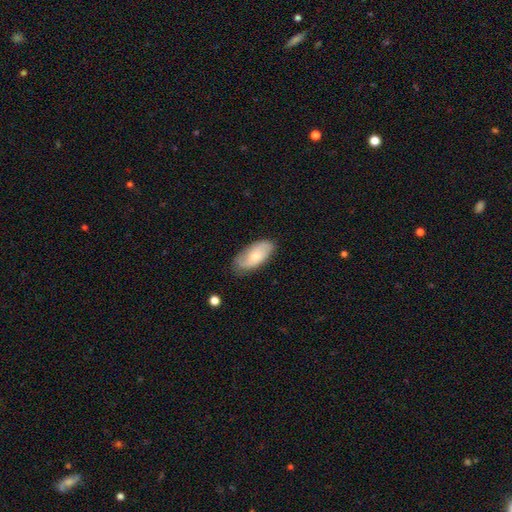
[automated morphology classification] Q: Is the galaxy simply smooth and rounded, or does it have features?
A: smooth — 58%.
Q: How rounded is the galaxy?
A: in between — 92%.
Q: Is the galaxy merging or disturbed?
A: none — 73%.